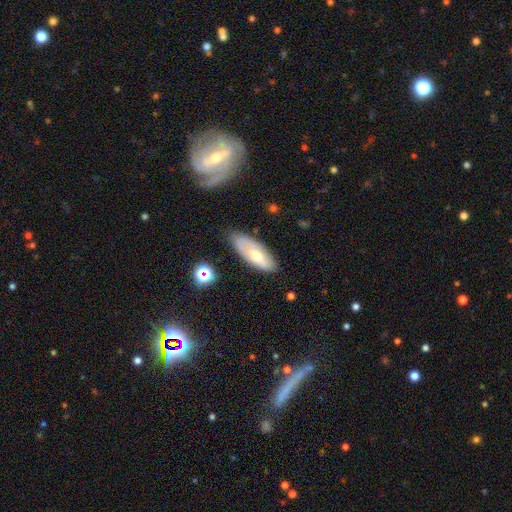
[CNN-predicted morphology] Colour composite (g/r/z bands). It shows a smooth galaxy with no disk features (56%) that is in between round and cigar-shaped (73%). Merging: none (66%).